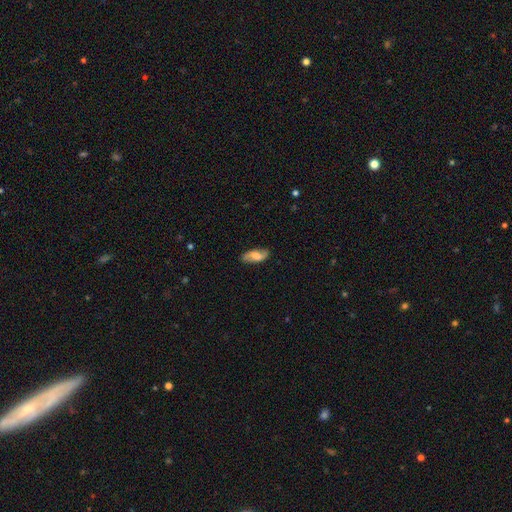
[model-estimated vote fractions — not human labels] Overall: featured or disk (54%; smooth 38%). Edge-on disk: no (91%). Merging: none (82%).